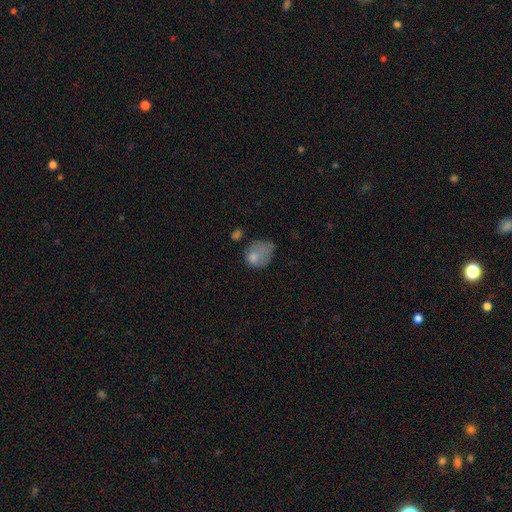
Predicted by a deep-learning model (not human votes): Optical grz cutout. It shows a smooth galaxy with no disk features (74%) that is in between round and cigar-shaped (54%). Merging: minor disturbance (33%).